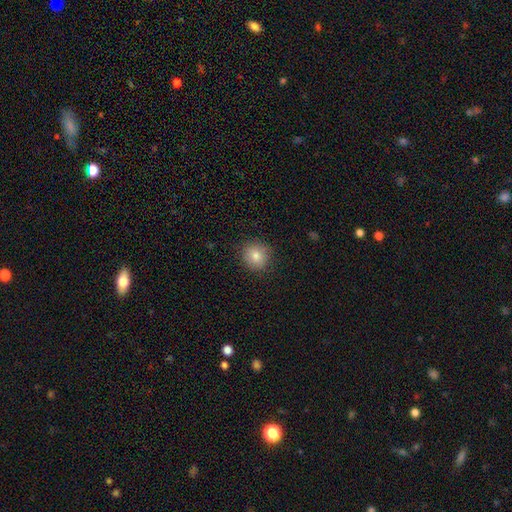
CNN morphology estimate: Smooth or featured: smooth — 82% (star or artifact — 11%)
How rounded: round — 88% (in between — 11%)
Merging: none — 89% (minor disturbance — 8%)